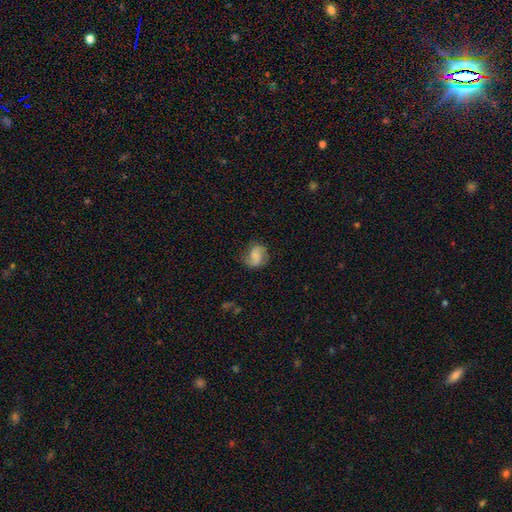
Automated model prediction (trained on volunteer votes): Overall: featured or disk (50%; smooth 41%). Merging: none (72%).